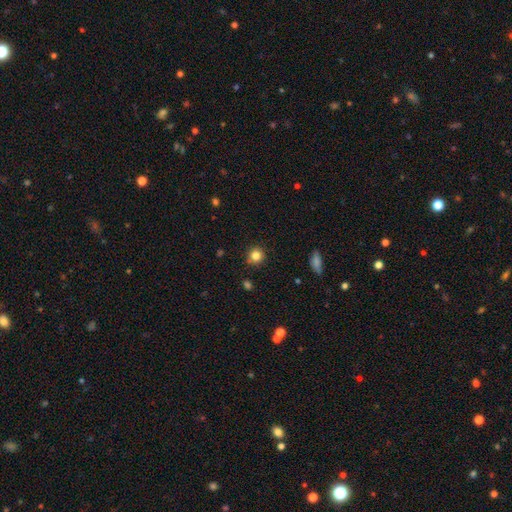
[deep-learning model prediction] smooth 83%, star or artifact 12%, featured or disk 5%. Down the decision tree: how rounded — round (92%); merging — none (86%).